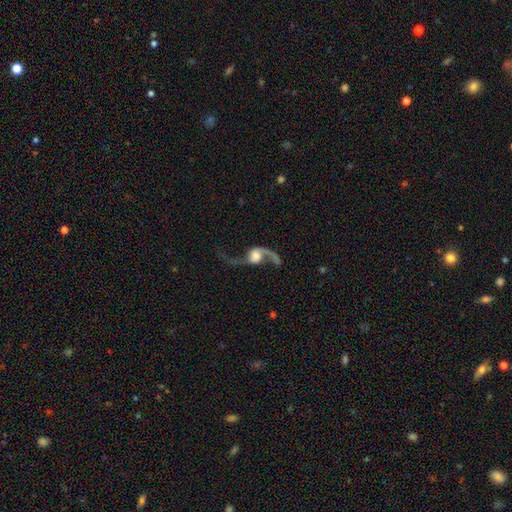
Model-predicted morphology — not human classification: Q: Smooth or featured?
A: featured or disk (83%); runner-up: smooth (10%)
Q: Edge-on disk?
A: no (96%); runner-up: yes (4%)
Q: Bar?
A: no (62%); runner-up: weak (28%)
Q: Spiral arms?
A: yes (94%); runner-up: no (6%)
Q: Spiral winding?
A: loose (90%); runner-up: medium (8%)
Q: Spiral arm count?
A: 2 (84%); runner-up: 1 (12%)
Q: Bulge size?
A: moderate (37%); runner-up: large (34%)
Q: Merging?
A: none (51%); runner-up: major disturbance (29%)